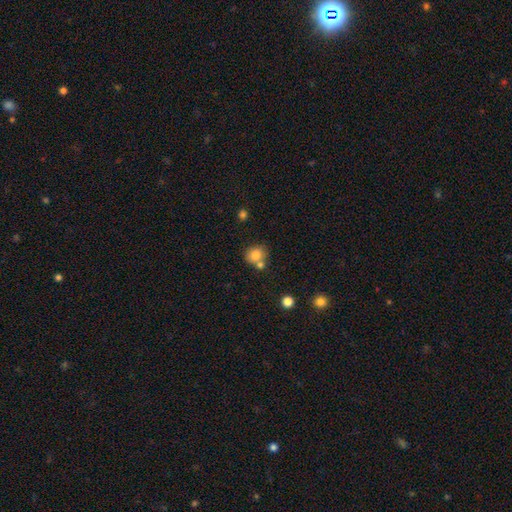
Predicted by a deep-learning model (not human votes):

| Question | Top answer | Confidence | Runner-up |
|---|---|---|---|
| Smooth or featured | smooth | 82% | star or artifact (10%) |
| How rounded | round | 74% | in between (26%) |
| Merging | none | 57% | merger (28%) |